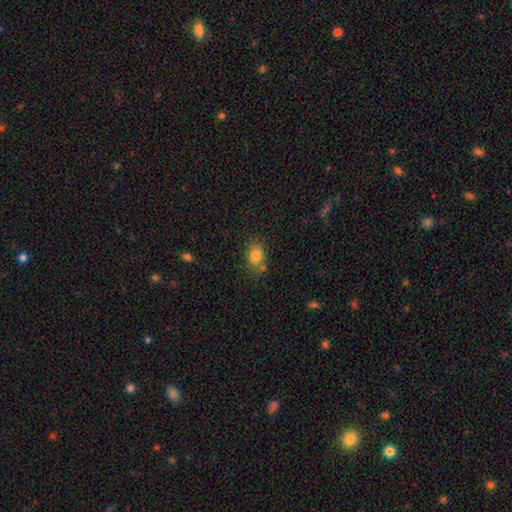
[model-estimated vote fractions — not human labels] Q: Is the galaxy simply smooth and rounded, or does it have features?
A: smooth — 81%.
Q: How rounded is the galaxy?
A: round — 53%.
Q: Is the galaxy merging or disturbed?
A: none — 65%.